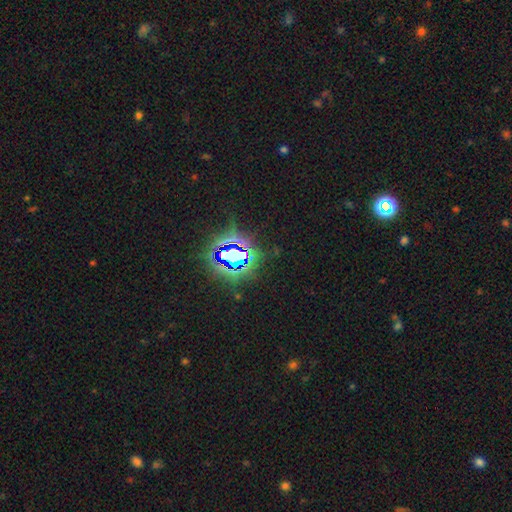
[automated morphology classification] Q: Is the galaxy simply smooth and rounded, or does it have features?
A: star or artifact — 80%.